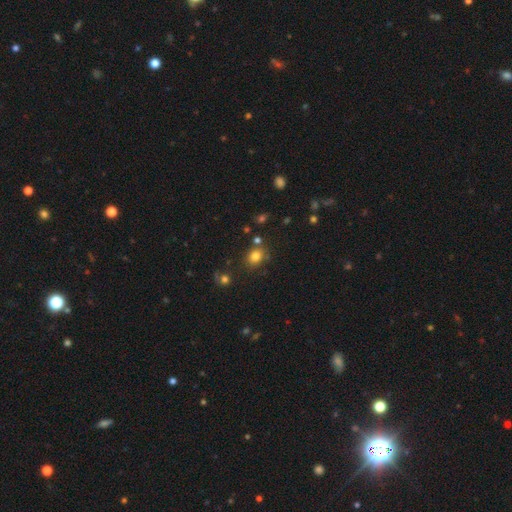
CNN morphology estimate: Smooth or featured? smooth (79%)
How rounded? round (61%)
Merging? none (75%)